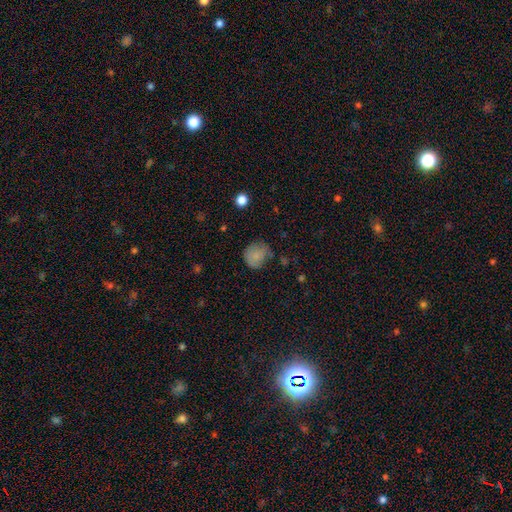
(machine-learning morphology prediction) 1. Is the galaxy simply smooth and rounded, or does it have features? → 79% smooth, 11% featured or disk, 10% star or artifact.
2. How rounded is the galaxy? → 78% round, 21% in between, 1% cigar-shaped.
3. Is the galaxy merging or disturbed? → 59% none, 29% minor disturbance, 10% major disturbance, 3% merger.